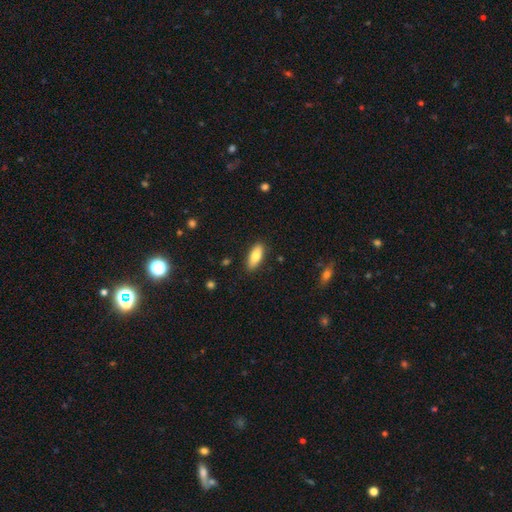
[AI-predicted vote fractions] This is clearly a smooth galaxy (81%). How rounded: likely in between (77%). Merging: clearly none (85%).